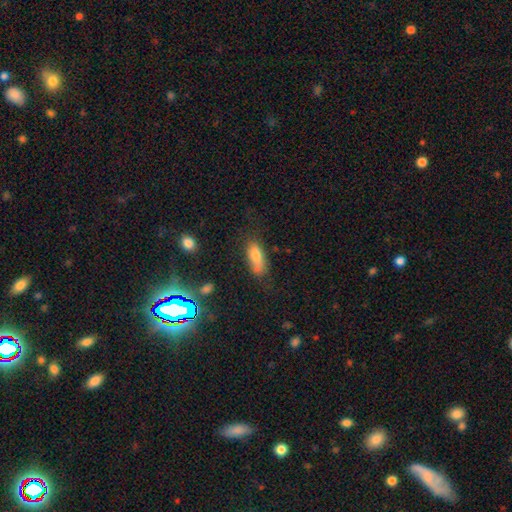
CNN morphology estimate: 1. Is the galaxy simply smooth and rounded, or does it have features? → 70% smooth, 15% star or artifact, 14% featured or disk.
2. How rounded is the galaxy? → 74% in between, 22% cigar-shaped, 4% round.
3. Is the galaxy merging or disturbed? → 62% none, 25% minor disturbance, 9% major disturbance, 4% merger.